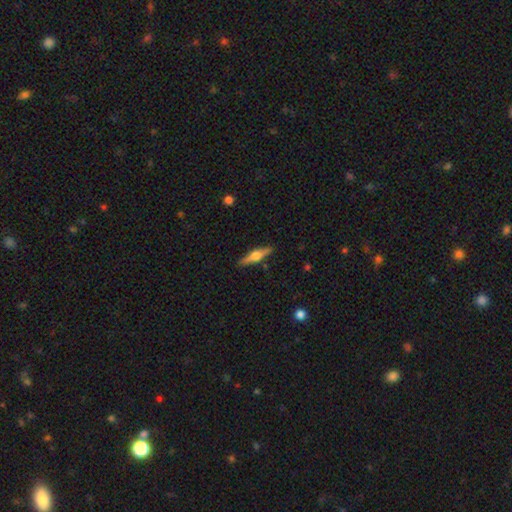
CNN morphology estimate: This appears to be a featured or disk galaxy (65%) viewed edge-on (97%) with a rounded central bulge (93%). Merging: none (89%).